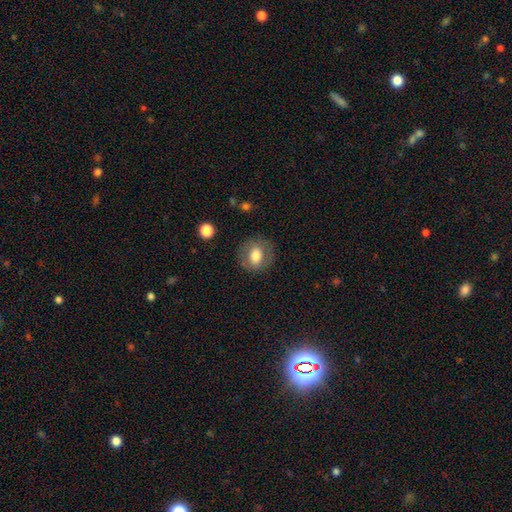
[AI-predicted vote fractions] smooth 67%, featured or disk 25%, star or artifact 8%. Down the decision tree: how rounded — round (60%); merging — none (80%).